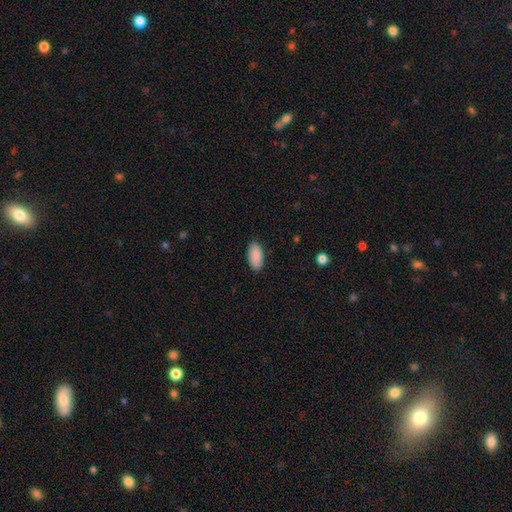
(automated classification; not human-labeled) This is clearly a smooth galaxy (90%). How rounded: clearly in between (94%). Merging: clearly none (88%).